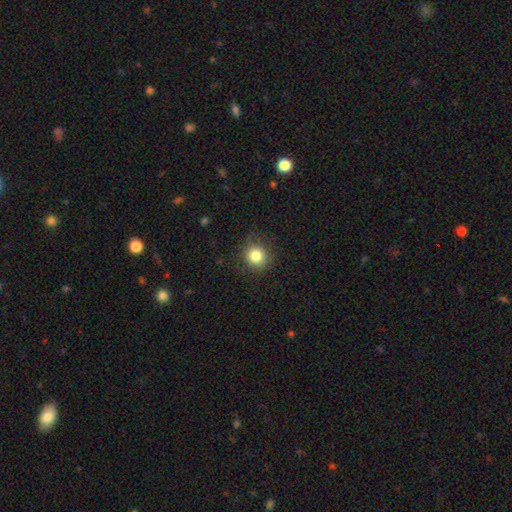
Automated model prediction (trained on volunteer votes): smooth 83%, star or artifact 11%, featured or disk 6%. Down the decision tree: how rounded — round (89%); merging — none (85%).